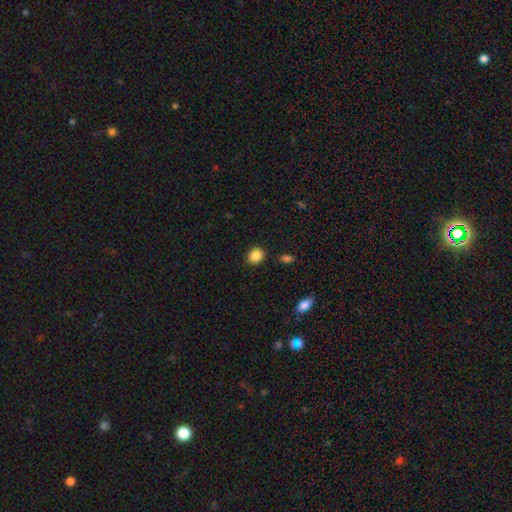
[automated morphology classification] The model was most divided on "how rounded": round: 66%, in between: 33%, cigar-shaped: 1%. More confident: smooth or featured — smooth (87%); merging — none (87%).